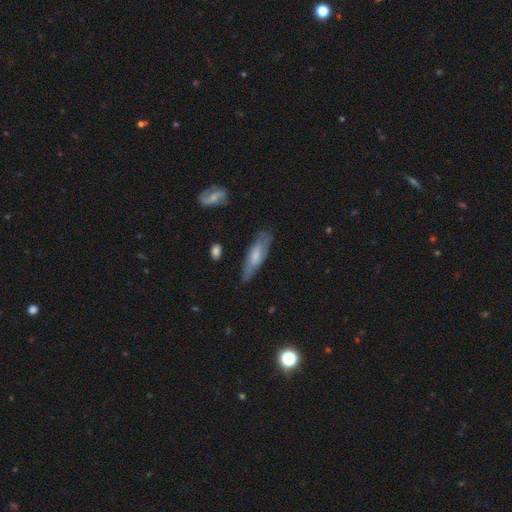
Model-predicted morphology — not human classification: smooth 55%, featured or disk 39%, star or artifact 6%. Down the decision tree: how rounded — cigar-shaped (55%); merging — none (70%).